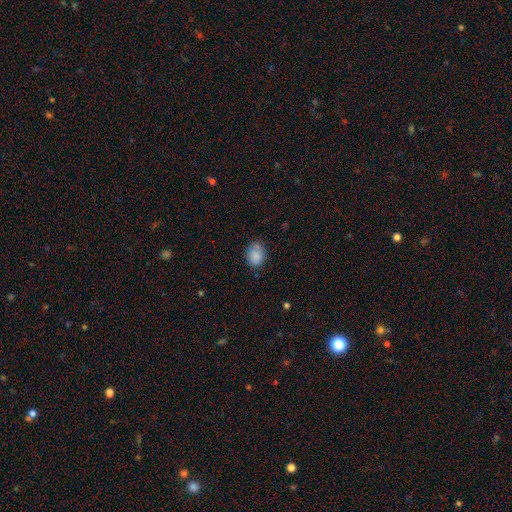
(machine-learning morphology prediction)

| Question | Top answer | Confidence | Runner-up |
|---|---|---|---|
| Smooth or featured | smooth | 86% | star or artifact (8%) |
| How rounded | in between | 63% | round (37%) |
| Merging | none | 74% | minor disturbance (21%) |